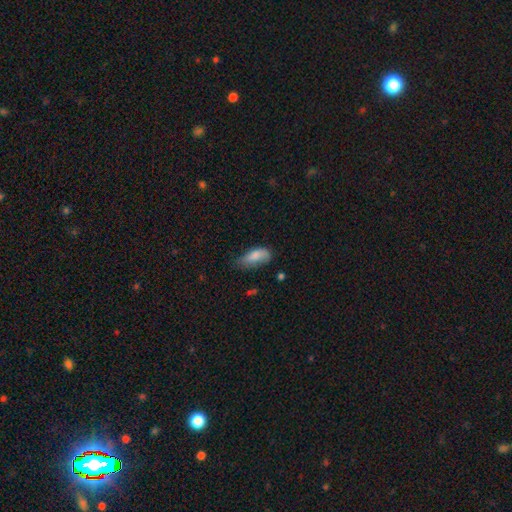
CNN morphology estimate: A smooth galaxy with no disk features (82%) that is in between round and cigar-shaped (84%). Merging: none (42%, tied with minor disturbance).